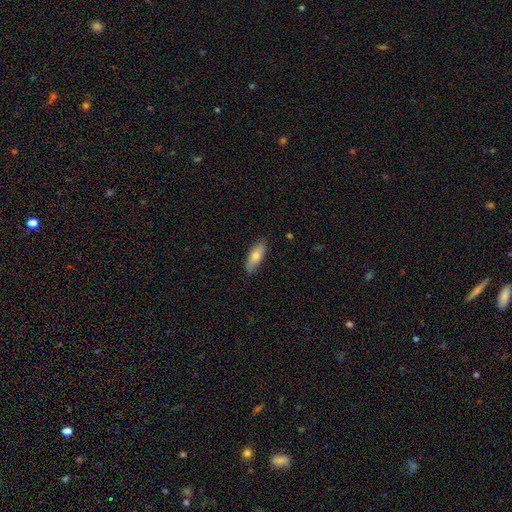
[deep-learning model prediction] smooth-or-featured: smooth: 72% | featured or disk: 22% | star or artifact: 6%
  how-rounded: in between: 68% | cigar-shaped: 30% | round: 2%
  merging: none: 85% | minor disturbance: 12% | major disturbance: 2% | merger: 1%